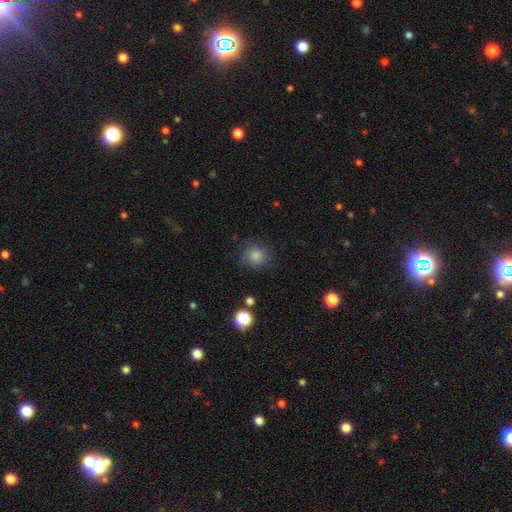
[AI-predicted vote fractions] smooth 84%, star or artifact 11%, featured or disk 5%. Down the decision tree: how rounded — round (88%); merging — none (81%).